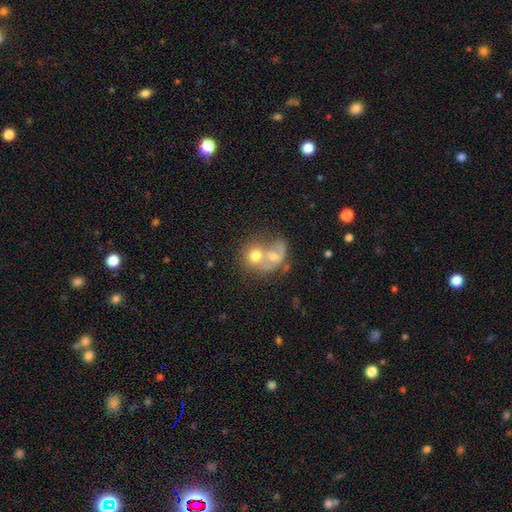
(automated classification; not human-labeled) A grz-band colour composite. It shows a smooth galaxy with no disk features (61%) that is round (66%). Merging: merger (71%).